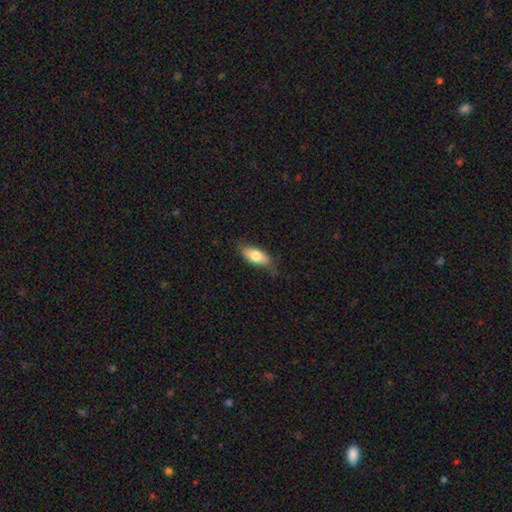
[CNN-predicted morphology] Overall: smooth (75%). How rounded: in between (83%). Merging: none (72%).